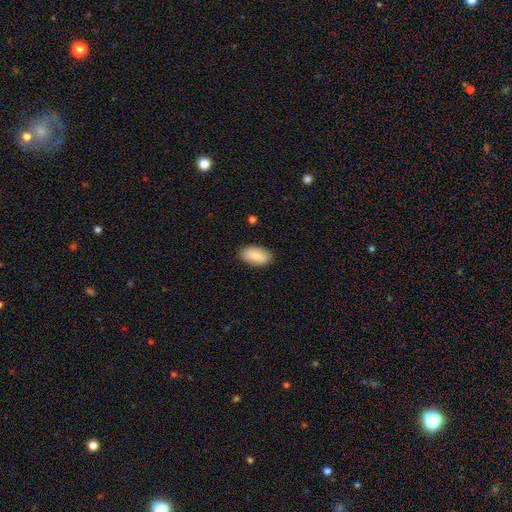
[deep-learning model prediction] smooth_or_featured: smooth (p=0.90) [alt: star or artifact p=0.06]
how_rounded: in between (p=0.95) [alt: cigar-shaped p=0.03]
merging: none (p=0.86) [alt: minor disturbance p=0.10]